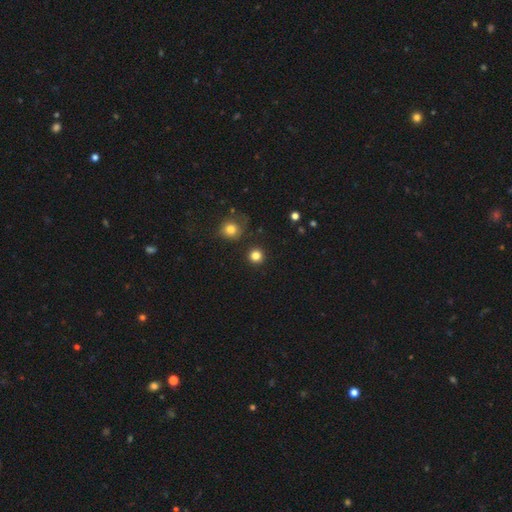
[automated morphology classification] Smooth or featured? Predicted: smooth (p=0.83). How rounded? Predicted: round (p=0.94). Merging? Predicted: none (p=0.90).